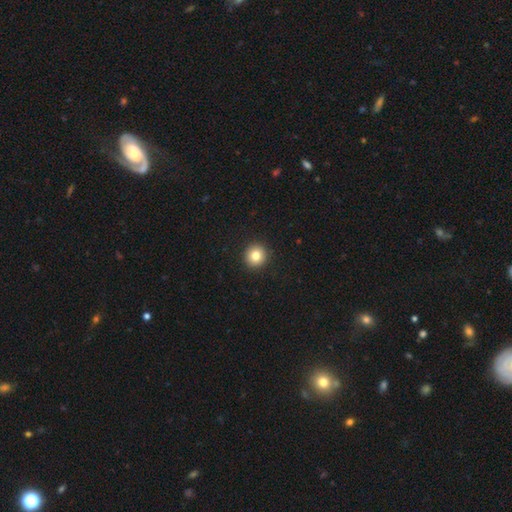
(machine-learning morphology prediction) The model was most divided on "smooth or featured": smooth: 81%, star or artifact: 10%, featured or disk: 8%. More confident: how rounded — round (94%); merging — none (93%).